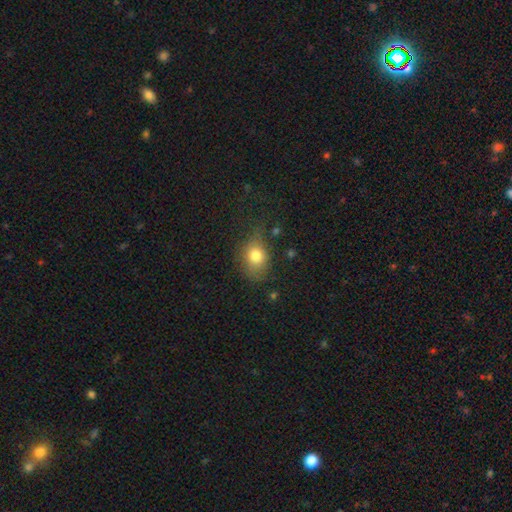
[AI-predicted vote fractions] A smooth galaxy with no disk features (79%) that is in between round and cigar-shaped (55%).

Vote fractions:
- Smooth or featured? smooth: 79% / star or artifact: 11% / featured or disk: 11%
- How rounded? in between: 55% / round: 44% / cigar-shaped: 2%
- Merging? none: 58% / minor disturbance: 27% / major disturbance: 12% / merger: 3%